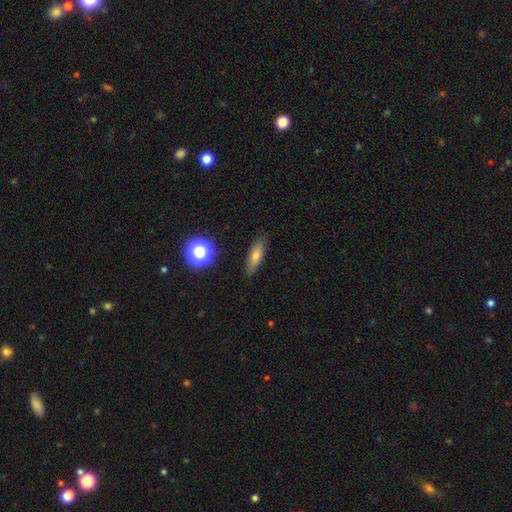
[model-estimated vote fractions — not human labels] This appears to be a smooth galaxy with no disk features (71%) that is in between round and cigar-shaped (47%, tied with cigar-shaped). Merging: none (85%).